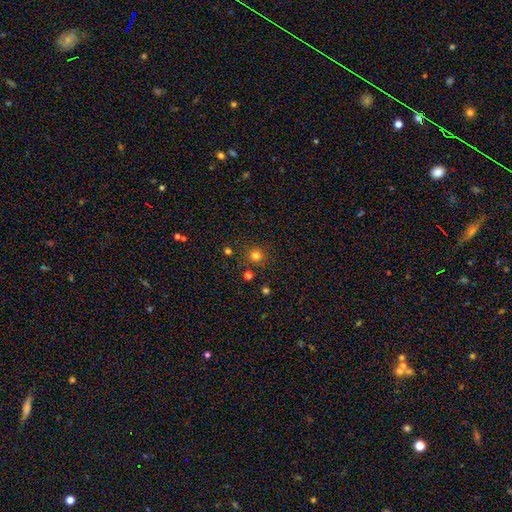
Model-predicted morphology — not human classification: This appears to be a smooth galaxy with no disk features (79%) that is round (94%). Merging: none (86%).